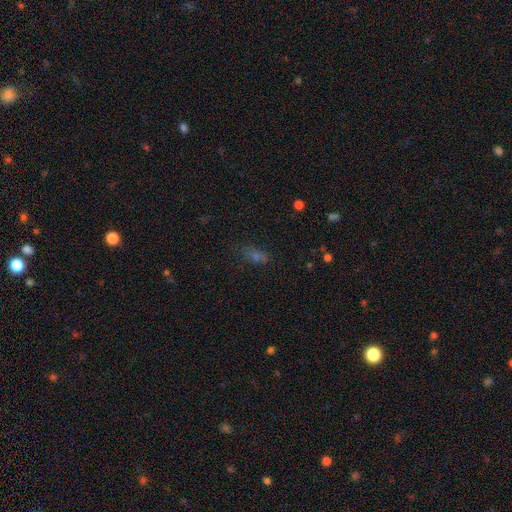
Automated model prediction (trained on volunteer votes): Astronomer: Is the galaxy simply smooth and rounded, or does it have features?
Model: smooth — 54% (runner-up: star or artifact, 33%).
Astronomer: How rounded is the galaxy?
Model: in between — 72%.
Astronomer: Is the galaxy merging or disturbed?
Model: none — 69%.